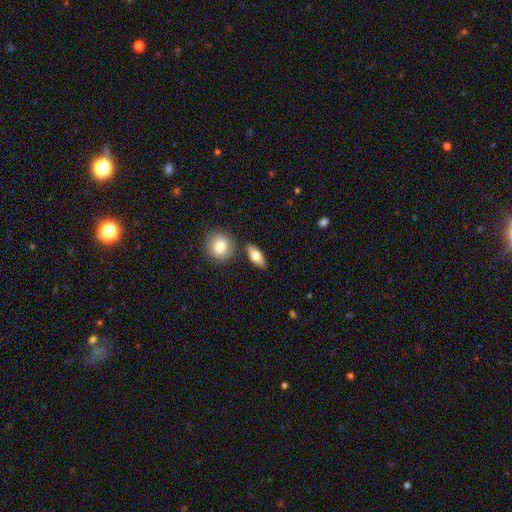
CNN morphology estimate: Overall: smooth (77%). How rounded: in between (83%). Merging: none (78%).